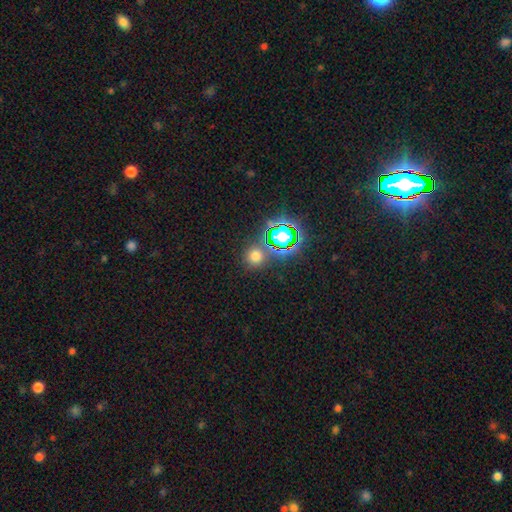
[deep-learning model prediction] The model was most divided on "smooth or featured": smooth: 61%, star or artifact: 32%, featured or disk: 7%. More confident: how rounded — round (88%); merging — none (79%).